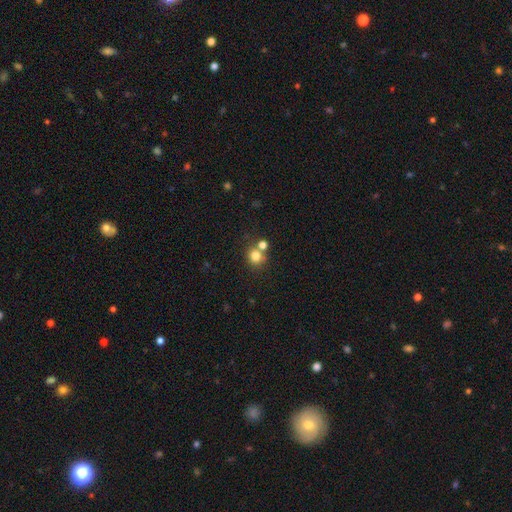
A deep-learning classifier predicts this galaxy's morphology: A smooth galaxy with no disk features (78%) that is round (86%). Merging: none (60%).